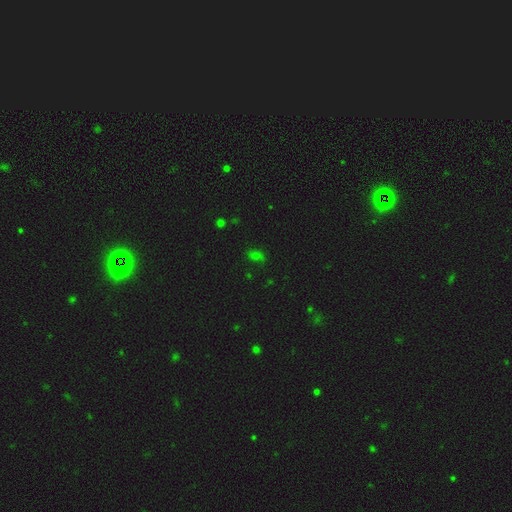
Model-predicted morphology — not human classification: This appears to be a smooth galaxy with no disk features (55%) that is in between round and cigar-shaped (69%). Merging: none (70%).